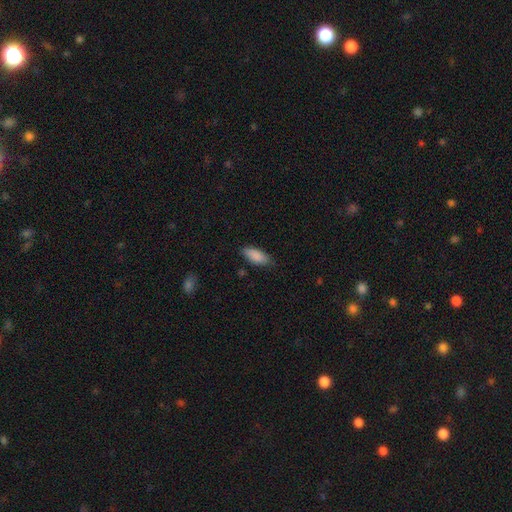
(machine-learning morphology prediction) This appears to be a smooth galaxy with no disk features (88%) that is in between round and cigar-shaped (84%). Merging: none (77%).